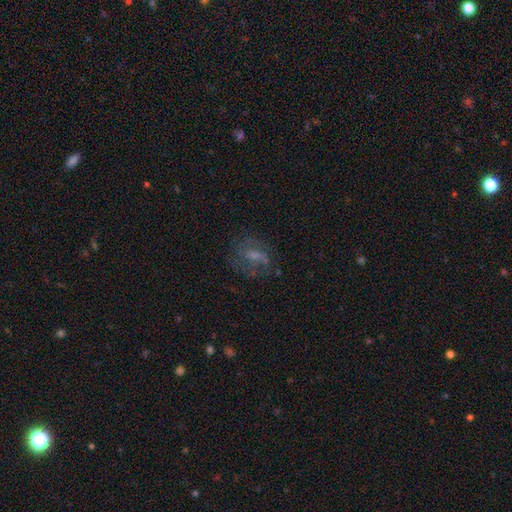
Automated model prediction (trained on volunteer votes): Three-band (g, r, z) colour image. It shows a featured or disk galaxy (52%). Merging: none (60%).